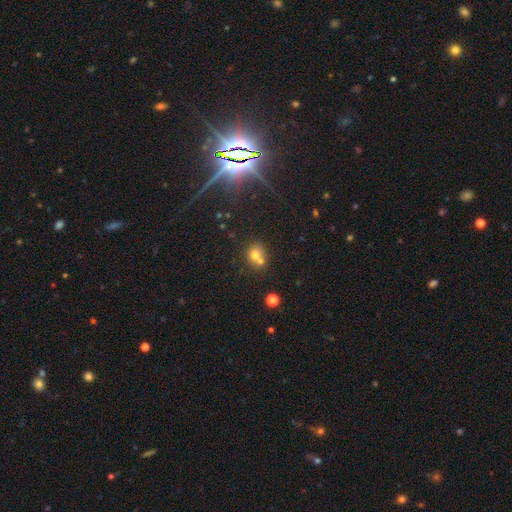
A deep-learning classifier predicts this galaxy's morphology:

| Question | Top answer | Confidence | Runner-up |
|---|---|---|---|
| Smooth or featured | smooth | 63% | star or artifact (22%) |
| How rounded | round | 73% | in between (26%) |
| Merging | none | 49% | merger (39%) |